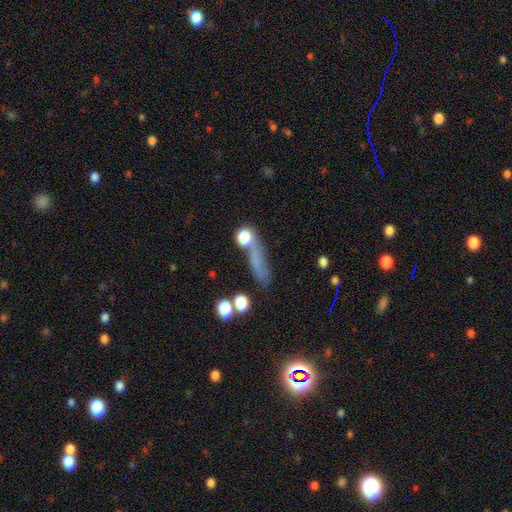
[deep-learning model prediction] Smooth or featured: smooth — 53% (star or artifact — 27%)
How rounded: cigar-shaped — 55% (round — 24%)
Merging: none — 60% (minor disturbance — 16%)